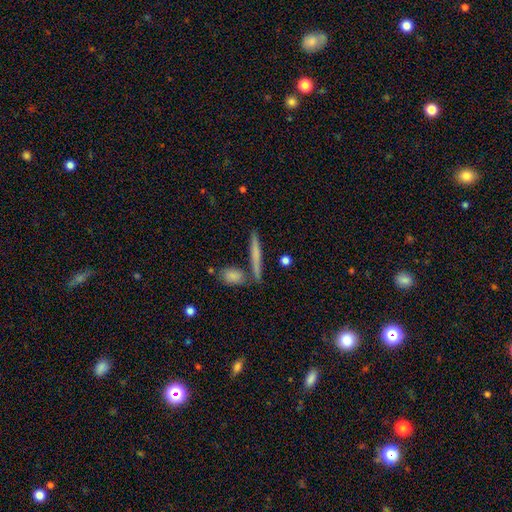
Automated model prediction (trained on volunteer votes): smooth 61%, featured or disk 32%, star or artifact 7%. Down the decision tree: how rounded — cigar-shaped (90%); merging — none (78%).